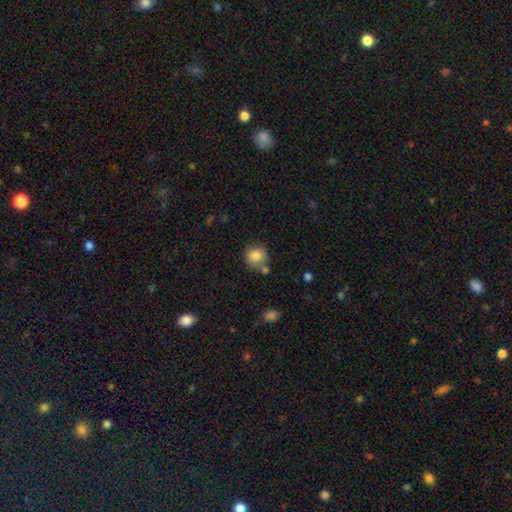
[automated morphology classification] A smooth galaxy with no disk features (81%) that is round (86%). Merging: none (71%).